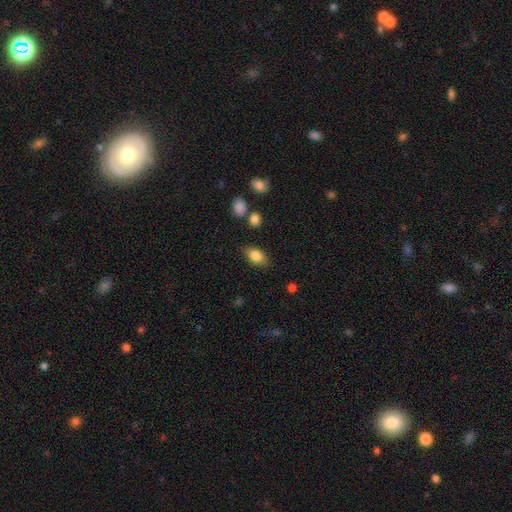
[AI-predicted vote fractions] Smooth or featured: smooth — 83% (featured or disk — 9%)
How rounded: in between — 85% (round — 12%)
Merging: none — 79% (minor disturbance — 15%)